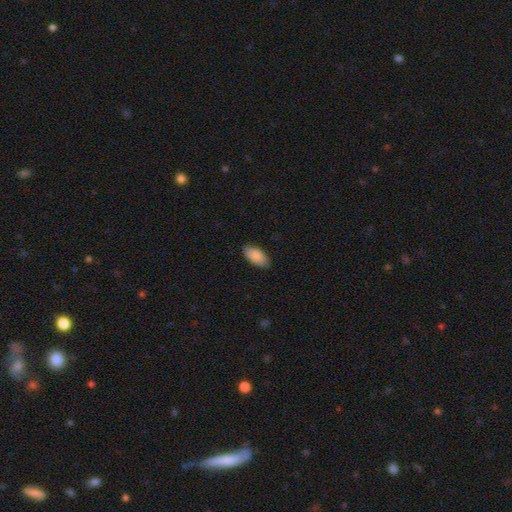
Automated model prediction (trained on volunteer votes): This is clearly a smooth galaxy (89%). How rounded: clearly in between (94%). Merging: clearly none (84%).